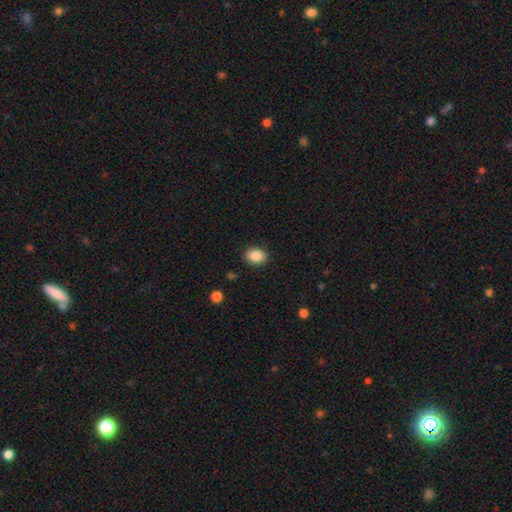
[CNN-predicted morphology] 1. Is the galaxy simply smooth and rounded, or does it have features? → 87% smooth, 9% star or artifact, 4% featured or disk.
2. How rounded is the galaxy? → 65% in between, 34% round, 1% cigar-shaped.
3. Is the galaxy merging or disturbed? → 89% none, 8% minor disturbance, 2% major disturbance, 1% merger.